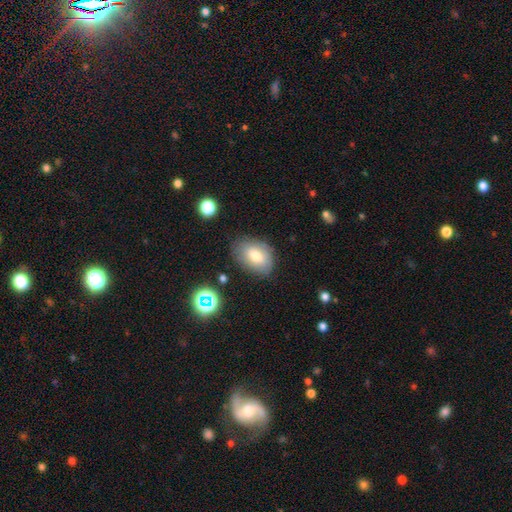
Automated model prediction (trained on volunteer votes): This appears to be a smooth galaxy with no disk features (73%) that is in between round and cigar-shaped (84%). Merging: none (77%).